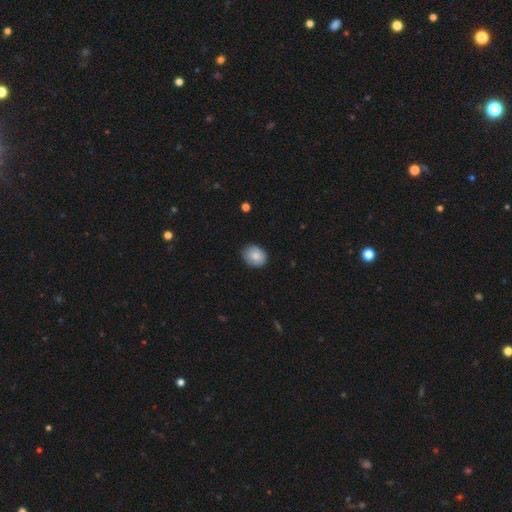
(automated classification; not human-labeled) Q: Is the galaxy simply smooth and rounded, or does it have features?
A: smooth — 84%.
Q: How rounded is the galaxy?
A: round — 52%.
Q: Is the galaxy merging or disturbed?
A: none — 81%.